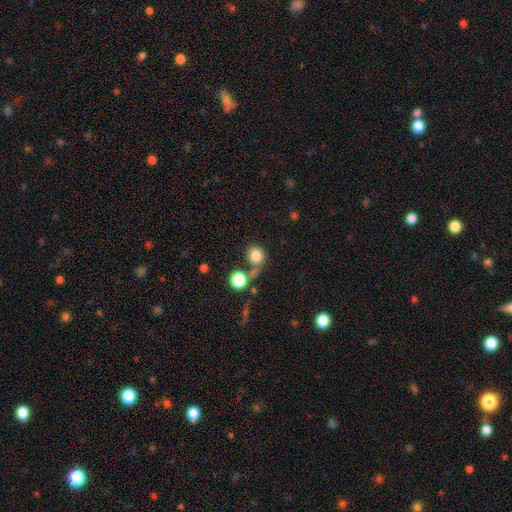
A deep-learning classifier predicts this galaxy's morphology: Smooth or featured: smooth — 82% (star or artifact — 10%)
How rounded: round — 83% (in between — 16%)
Merging: none — 52% (merger — 27%)